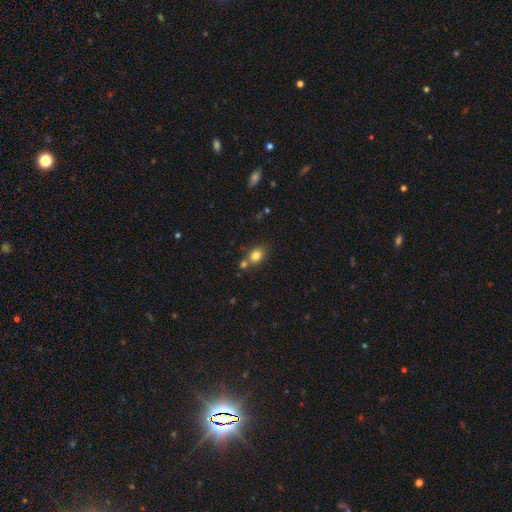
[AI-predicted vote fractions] Overall: smooth (80%). How rounded: round (55%; in between 44%). Merging: none (60%; merger 23%).